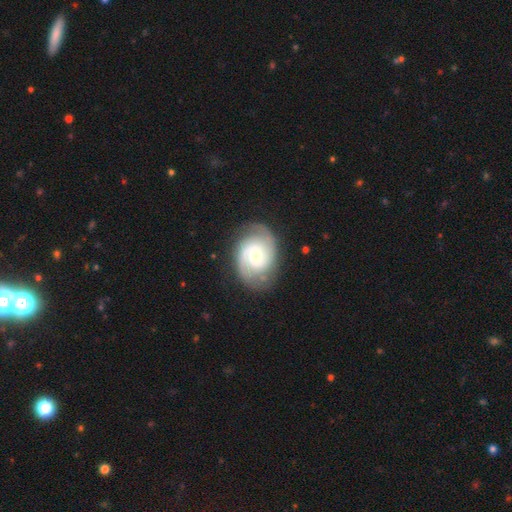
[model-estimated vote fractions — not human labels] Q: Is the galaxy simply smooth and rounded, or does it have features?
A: featured or disk — 86%.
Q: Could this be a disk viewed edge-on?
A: no — 98%.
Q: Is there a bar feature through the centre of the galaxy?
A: no — 55%.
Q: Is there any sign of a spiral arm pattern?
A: yes — 97%.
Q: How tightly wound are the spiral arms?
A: tight — 47%.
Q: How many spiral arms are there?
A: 2 — 77%.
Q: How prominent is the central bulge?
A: moderate — 57%.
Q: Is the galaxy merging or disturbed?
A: none — 76%.